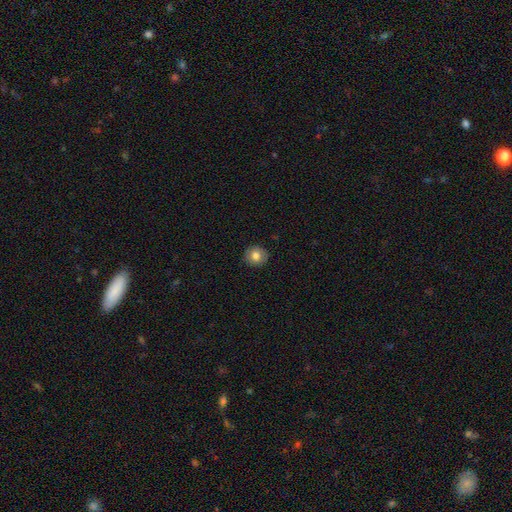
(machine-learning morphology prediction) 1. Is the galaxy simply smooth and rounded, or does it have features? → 79% smooth, 12% featured or disk, 9% star or artifact.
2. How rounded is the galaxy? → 89% round, 10% in between, 1% cigar-shaped.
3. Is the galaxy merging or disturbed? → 90% none, 7% minor disturbance, 2% major disturbance, 1% merger.